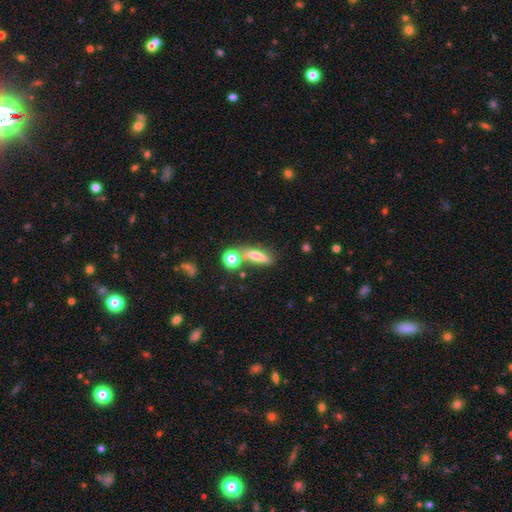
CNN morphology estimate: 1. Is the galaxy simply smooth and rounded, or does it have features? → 67% smooth, 21% featured or disk, 13% star or artifact.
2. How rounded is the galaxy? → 50% cigar-shaped, 36% in between, 15% round.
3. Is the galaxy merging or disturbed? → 53% none, 25% merger, 14% minor disturbance, 8% major disturbance.